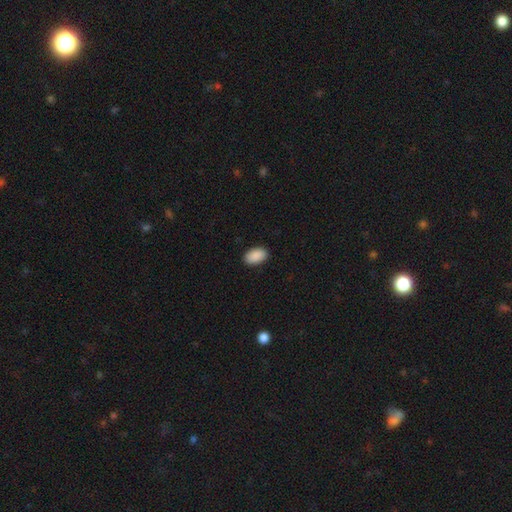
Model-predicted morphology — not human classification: This is clearly a smooth galaxy (91%). How rounded: clearly in between (94%). Merging: clearly none (90%).